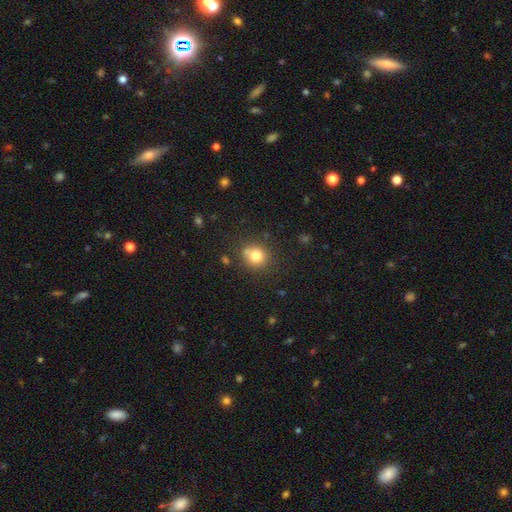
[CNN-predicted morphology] This is likely a smooth galaxy (78%). How rounded: clearly round (84%). Merging: likely none (73%).